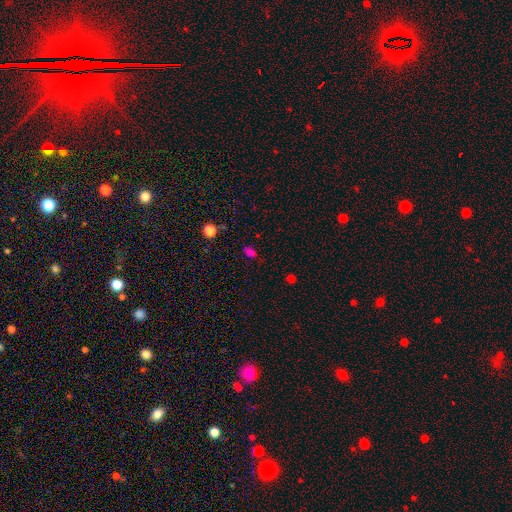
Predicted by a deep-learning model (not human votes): A star or artifact, not a galaxy (46%).